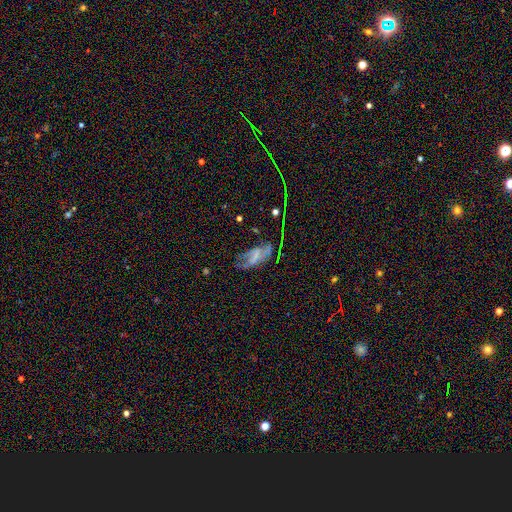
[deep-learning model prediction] Q: Smooth or featured?
A: featured or disk (50%); runner-up: smooth (31%)
Q: Merging?
A: none (36%); runner-up: major disturbance (34%)